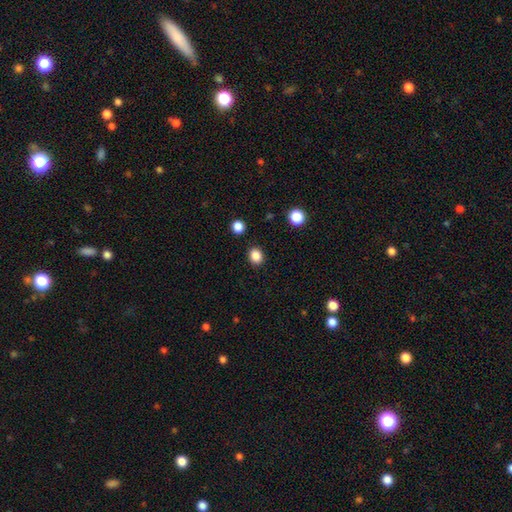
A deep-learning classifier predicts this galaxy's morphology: This is clearly a smooth galaxy (86%). How rounded: likely round (63%). Merging: clearly none (89%).